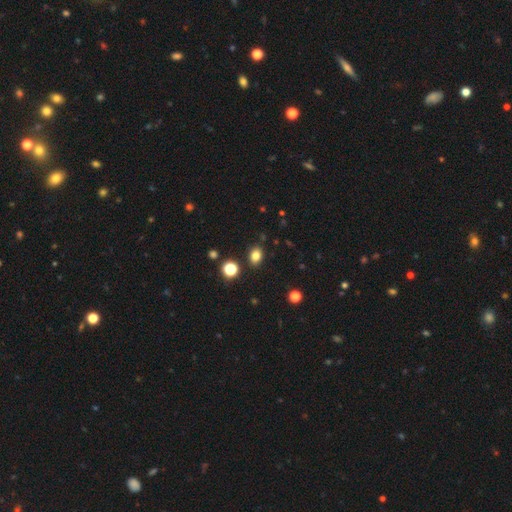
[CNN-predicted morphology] Smooth or featured? Predicted: smooth (p=0.80). How rounded? Predicted: in between (p=0.63). Merging? Predicted: none (p=0.85).